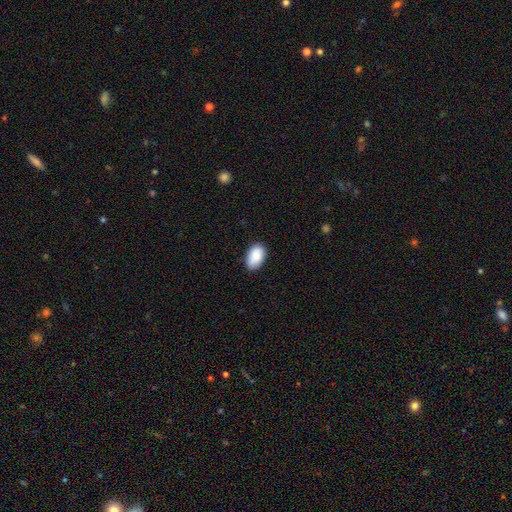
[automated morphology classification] A smooth galaxy with no disk features (89%) that is in between round and cigar-shaped (93%).

Vote fractions:
- Smooth or featured? smooth: 89% / star or artifact: 6% / featured or disk: 4%
- How rounded? in between: 93% / round: 5% / cigar-shaped: 1%
- Merging? none: 82% / minor disturbance: 15% / major disturbance: 2% / merger: 1%